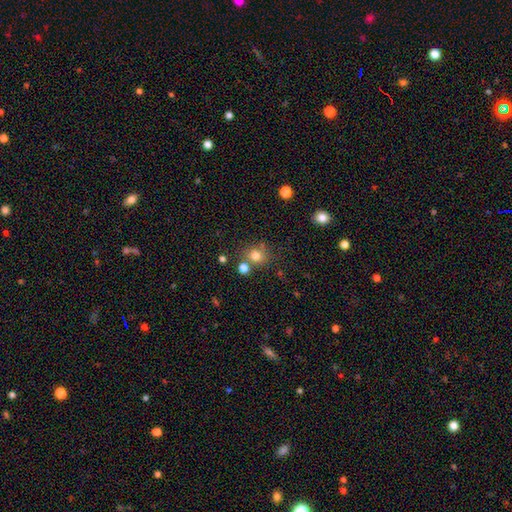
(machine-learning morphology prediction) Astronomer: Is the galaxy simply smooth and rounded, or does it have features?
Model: smooth — 77%.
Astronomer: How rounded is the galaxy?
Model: round — 79%.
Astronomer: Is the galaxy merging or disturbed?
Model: none — 69%.